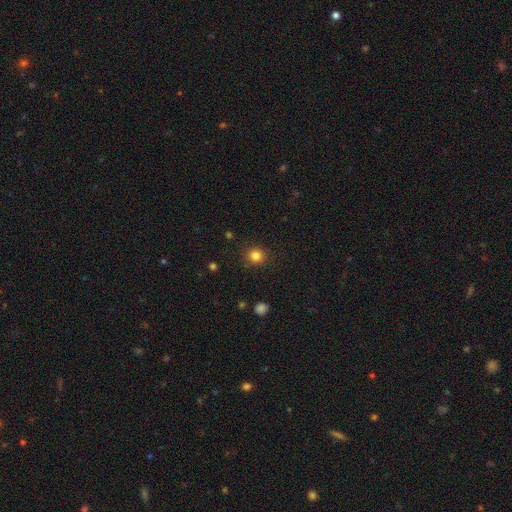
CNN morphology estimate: Smooth or featured? smooth (83%)
How rounded? round (89%)
Merging? none (88%)